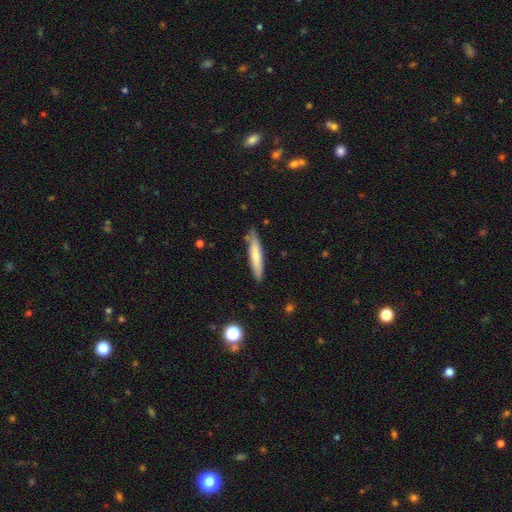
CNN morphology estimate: Smooth or featured? Predicted: smooth (p=0.73). How rounded? Predicted: cigar-shaped (p=0.89). Merging? Predicted: none (p=0.81).